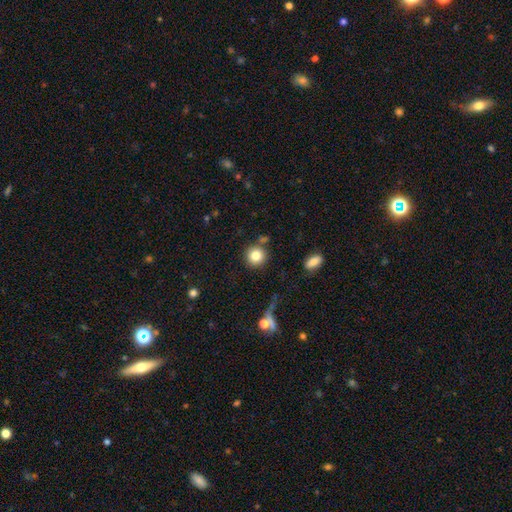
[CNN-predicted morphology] The model was most divided on "smooth or featured": smooth: 82%, star or artifact: 10%, featured or disk: 8%. More confident: how rounded — round (93%); merging — none (81%).